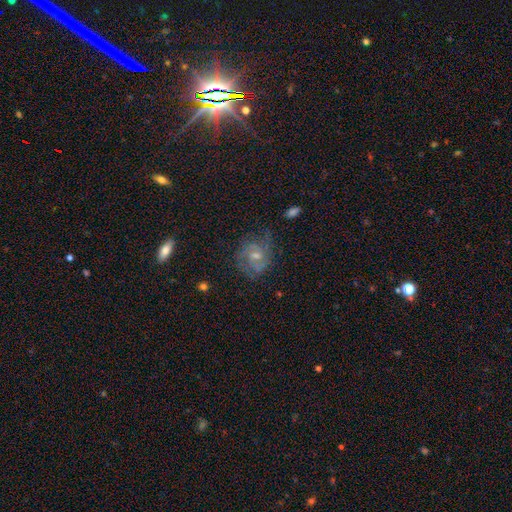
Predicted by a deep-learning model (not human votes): This appears to be a featured or disk galaxy (66%) with no bar (60%), 2 (35%) tight (47%) spiral arms (89%) and a moderate central bulge (48%). Merging: none (70%).